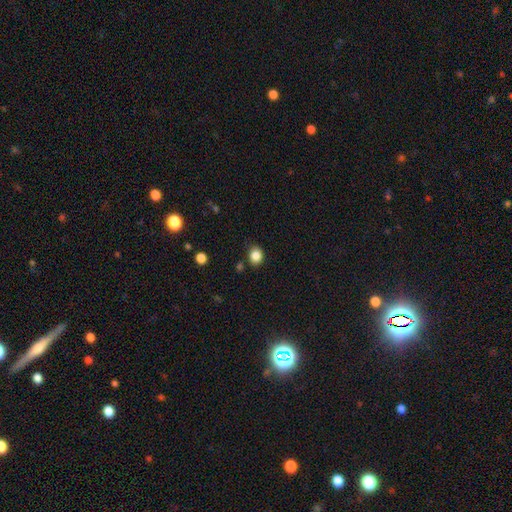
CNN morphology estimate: Smooth or featured?
  - smooth: 85% *
  - star or artifact: 10%
  - featured or disk: 5%
How rounded?
  - round: 61% *
  - in between: 38%
  - cigar-shaped: 1%
Merging?
  - none: 83% *
  - minor disturbance: 11%
  - merger: 3%
  - major disturbance: 3%